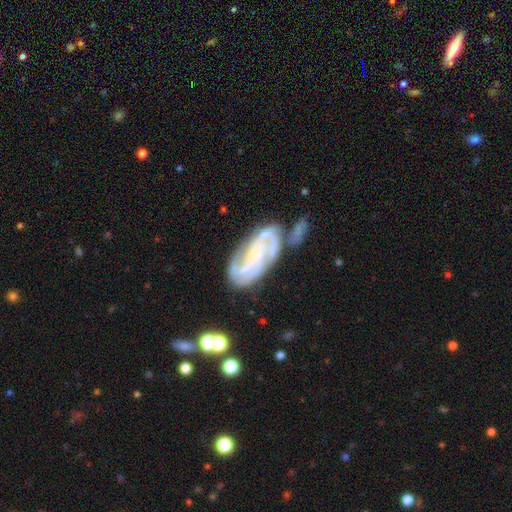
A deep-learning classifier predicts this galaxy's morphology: featured or disk 83%, smooth 10%, star or artifact 7%. Down the decision tree: edge-on disk — no (95%); bar — no (52%); spiral arms — yes (95%); spiral arm count — 2 (35%); spiral winding — tight (49%); bulge size — small (65%); merging — none (58%).